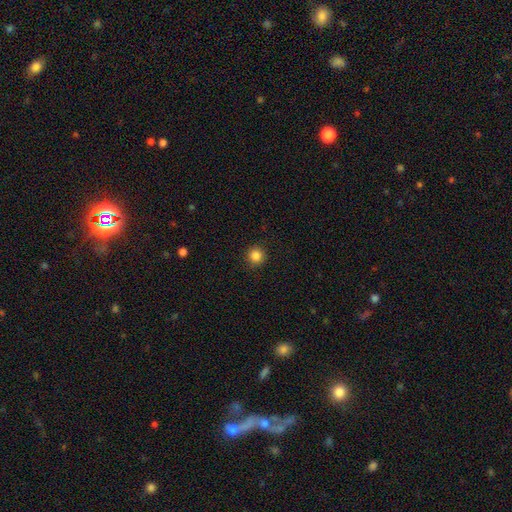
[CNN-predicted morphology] A smooth galaxy with no disk features (85%) that is round (94%). Merging: none (91%).